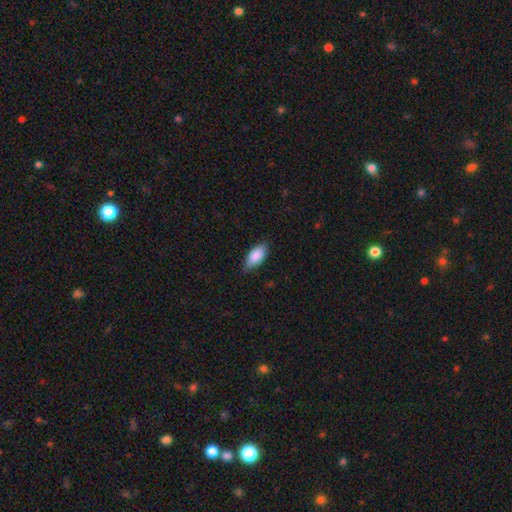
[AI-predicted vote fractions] The model was most divided on "merging": none: 74%, minor disturbance: 22%, major disturbance: 3%, merger: 1%. More confident: how rounded — in between (89%); smooth or featured — smooth (86%).